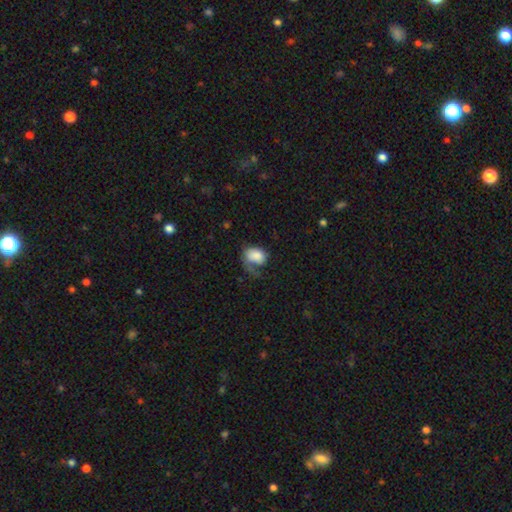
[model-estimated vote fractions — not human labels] A smooth galaxy with no disk features (75%) that is in between round and cigar-shaped (69%). Merging: major disturbance (41%).